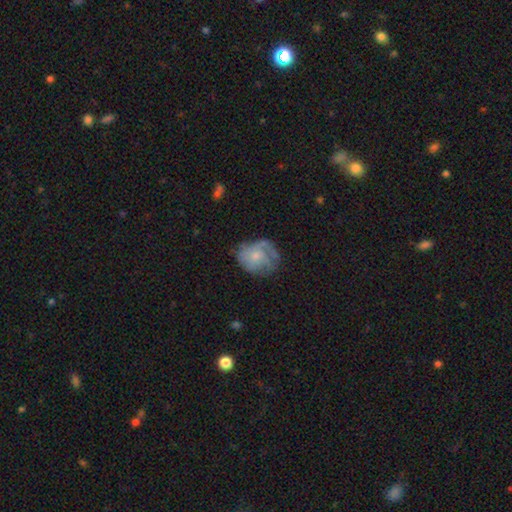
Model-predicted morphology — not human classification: smooth-or-featured: featured or disk: 58% | smooth: 35% | star or artifact: 7%
  disk-edge-on: no: 98% | yes: 2%
    bar: no: 80% | weak: 18% | strong: 2%
    has-spiral-arms: yes: 77% | no: 23%
    bulge-size: small: 61% | moderate: 30% | none: 6% | large: 2% | dominant: 1%
  merging: none: 53% | minor disturbance: 26% | major disturbance: 19% | merger: 2%